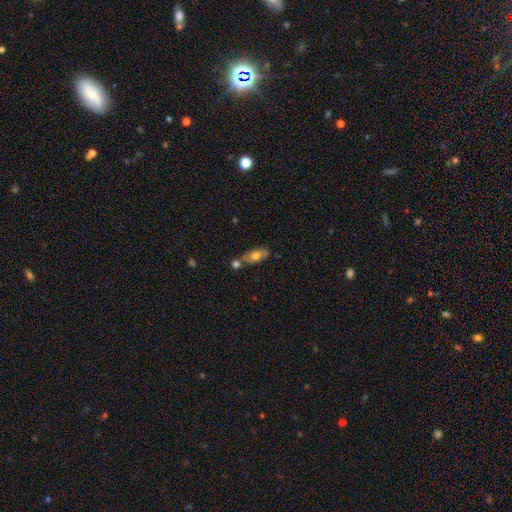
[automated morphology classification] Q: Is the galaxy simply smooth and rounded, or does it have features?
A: smooth — 60%.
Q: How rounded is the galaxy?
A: in between — 79%.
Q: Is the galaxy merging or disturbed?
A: none — 53%.